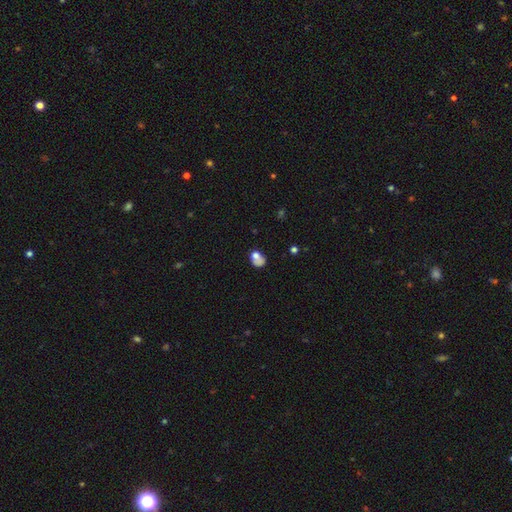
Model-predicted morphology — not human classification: smooth-or-featured: smooth: 65% | featured or disk: 22% | star or artifact: 12%
  how-rounded: in between: 64% | round: 35% | cigar-shaped: 2%
  merging: none: 34% | minor disturbance: 23% | merger: 22% | major disturbance: 21%